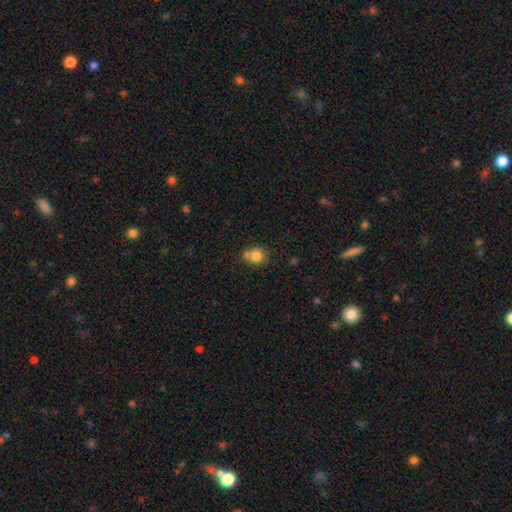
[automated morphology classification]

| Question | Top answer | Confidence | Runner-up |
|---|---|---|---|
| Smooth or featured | smooth | 80% | star or artifact (11%) |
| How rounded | round | 82% | in between (17%) |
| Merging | none | 54% | merger (27%) |